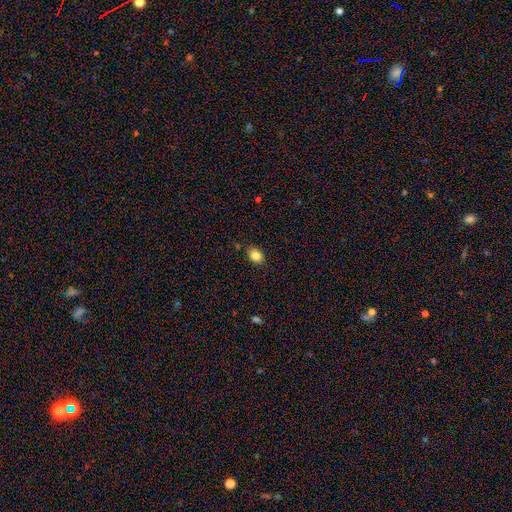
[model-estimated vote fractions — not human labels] Smooth or featured? smooth (84%)
How rounded? in between (61%)
Merging? none (85%)